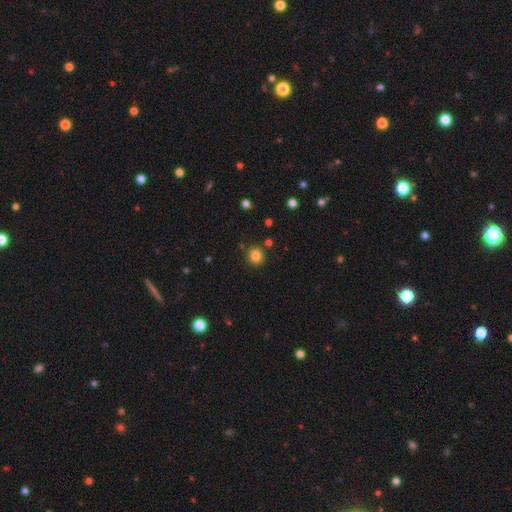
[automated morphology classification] Smooth or featured: smooth — 84% (star or artifact — 12%)
How rounded: round — 86% (in between — 13%)
Merging: none — 86% (minor disturbance — 8%)